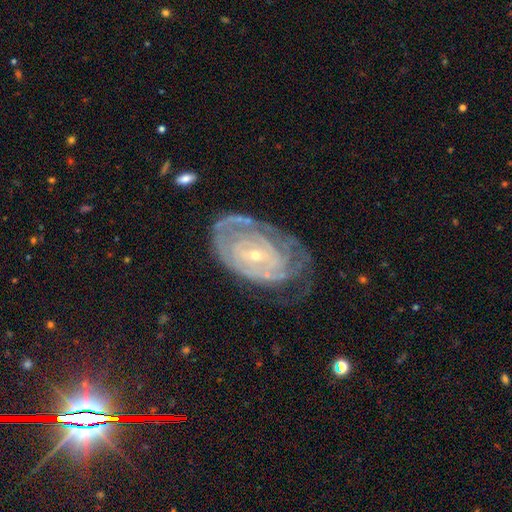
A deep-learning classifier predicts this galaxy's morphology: The model was most divided on "merging": none: 54%, minor disturbance: 27%, major disturbance: 17%, merger: 2%. More confident: edge-on disk — no (96%); spiral arms — yes (88%); smooth or featured — featured or disk (83%); bulge size — small (79%); spiral winding — tight (78%); bar — no (61%); spiral arm count — can't tell (52%).